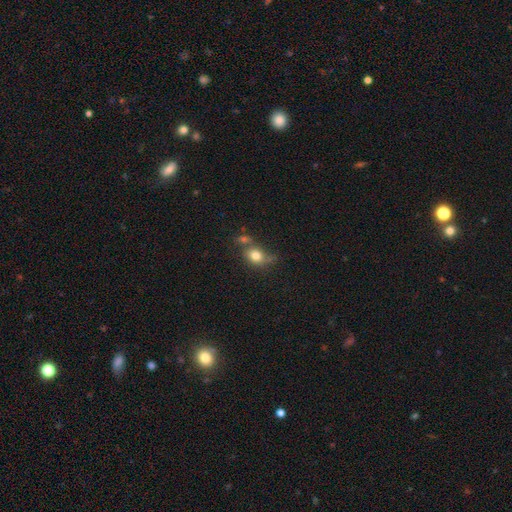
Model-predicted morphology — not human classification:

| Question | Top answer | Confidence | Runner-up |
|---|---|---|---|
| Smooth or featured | smooth | 79% | featured or disk (11%) |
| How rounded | in between | 51% | round (47%) |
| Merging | none | 48% | merger (26%) |